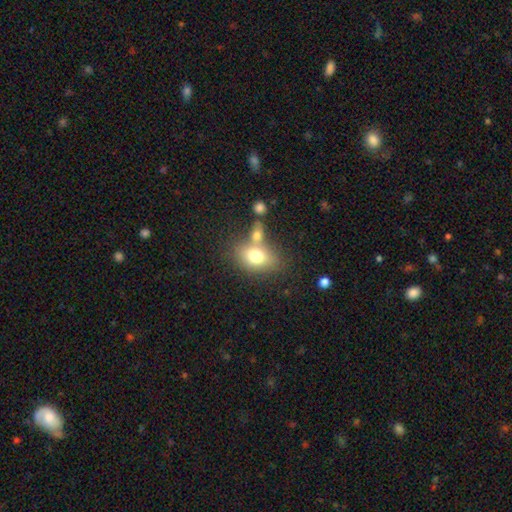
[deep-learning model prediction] Q: Smooth or featured?
A: smooth (73%); runner-up: featured or disk (17%)
Q: How rounded?
A: in between (76%); runner-up: round (22%)
Q: Merging?
A: none (50%); runner-up: merger (32%)